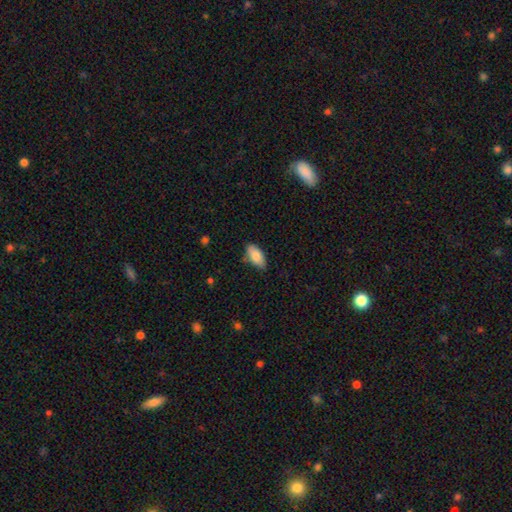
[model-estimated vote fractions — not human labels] The model was most divided on "merging": none: 77%, minor disturbance: 18%, major disturbance: 3%, merger: 2%. More confident: how rounded — in between (90%); smooth or featured — smooth (83%).